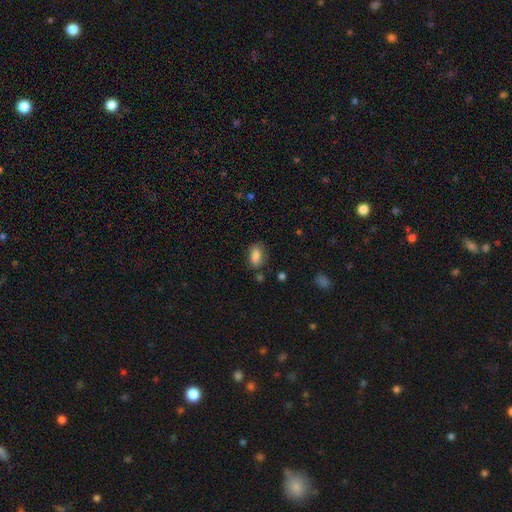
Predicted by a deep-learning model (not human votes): A smooth galaxy with no disk features (81%) that is in between round and cigar-shaped (85%). Merging: none (68%).